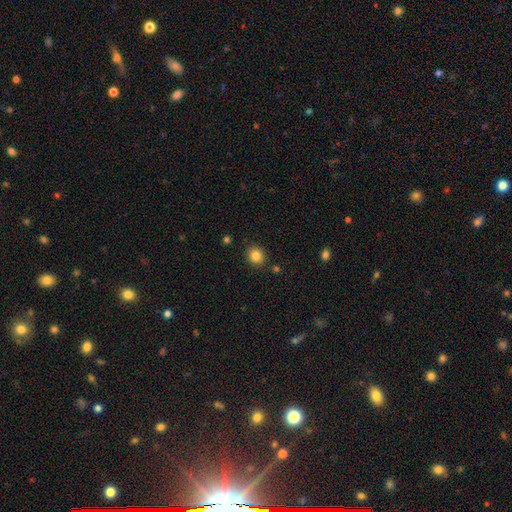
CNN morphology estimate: The model was most divided on "how rounded": round: 80%, in between: 19%, cigar-shaped: 1%. More confident: merging — none (88%); smooth or featured — smooth (83%).